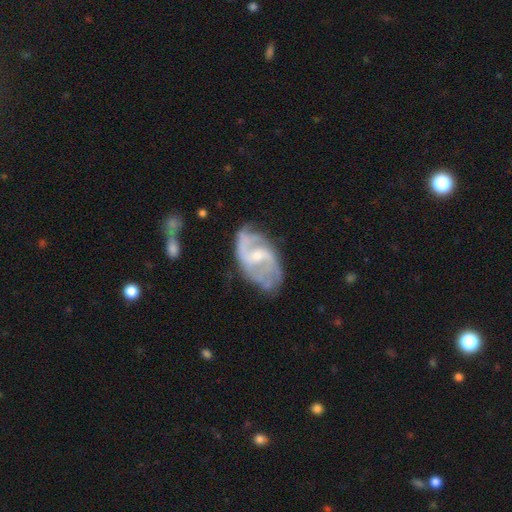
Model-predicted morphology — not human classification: Overall: featured or disk (85%). Edge-on disk: no (97%). Bar: weak (54%; no 32%). Spiral arms: yes (93%). Spiral arm count: 2 (66%). Spiral winding: medium (46%; loose 33%). Bulge size: small (57%; moderate 38%). Merging: none (58%; minor disturbance 26%).